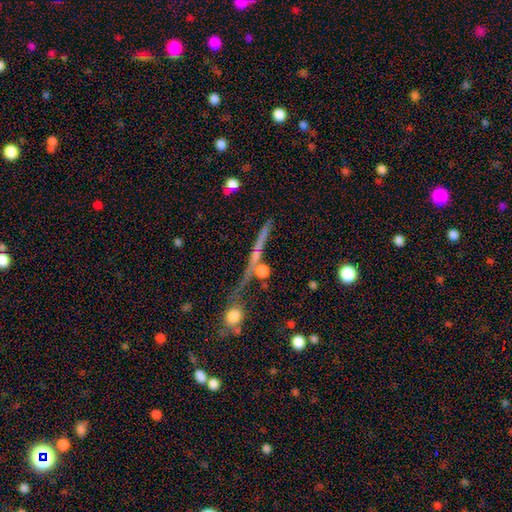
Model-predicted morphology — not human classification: A featured or disk galaxy (51%) viewed edge-on (90%). Merging: none (71%).